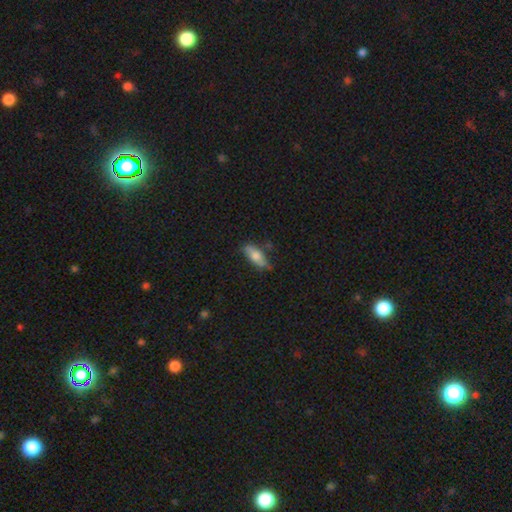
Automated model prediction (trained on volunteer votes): A smooth galaxy with no disk features (65%) that is in between round and cigar-shaped (69%).

Vote fractions:
- Smooth or featured? smooth: 65% / featured or disk: 28% / star or artifact: 7%
- How rounded? in between: 69% / cigar-shaped: 29% / round: 3%
- Merging? none: 64% / minor disturbance: 26% / major disturbance: 6% / merger: 3%